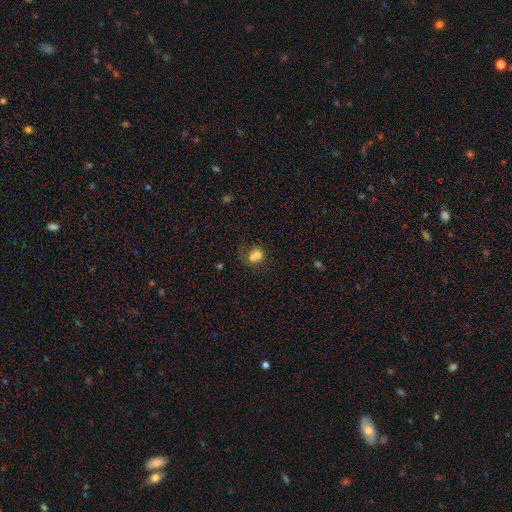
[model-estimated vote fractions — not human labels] A smooth galaxy with no disk features (74%) that is round (57%).

Vote fractions:
- Smooth or featured? smooth: 74% / star or artifact: 13% / featured or disk: 13%
- How rounded? round: 57% / in between: 42% / cigar-shaped: 1%
- Merging? merger: 46% / none: 31% / minor disturbance: 13% / major disturbance: 9%